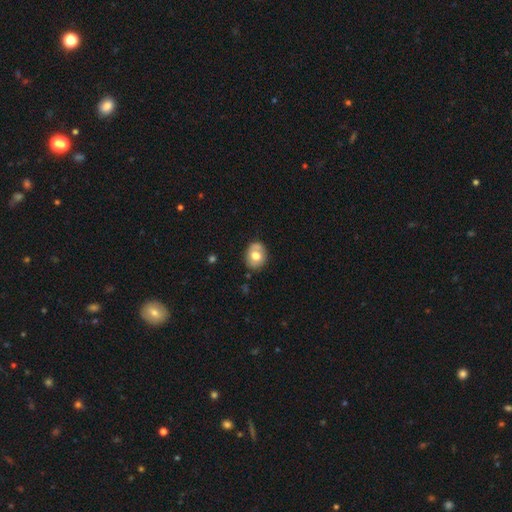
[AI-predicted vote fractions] Smooth or featured: smooth — 64% (featured or disk — 28%)
How rounded: round — 60% (in between — 39%)
Merging: none — 72% (minor disturbance — 19%)